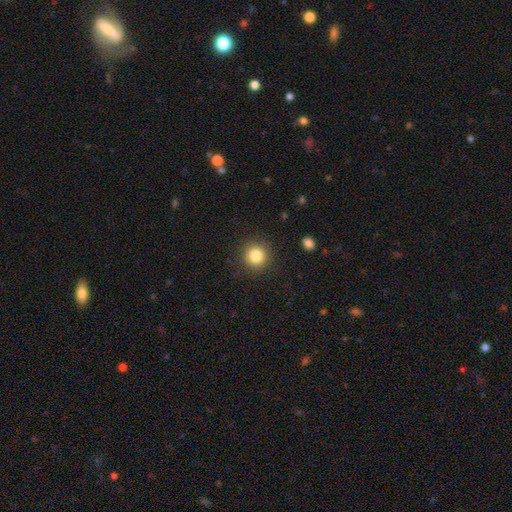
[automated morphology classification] This is clearly a smooth galaxy (84%). How rounded: clearly round (93%). Merging: clearly none (90%).